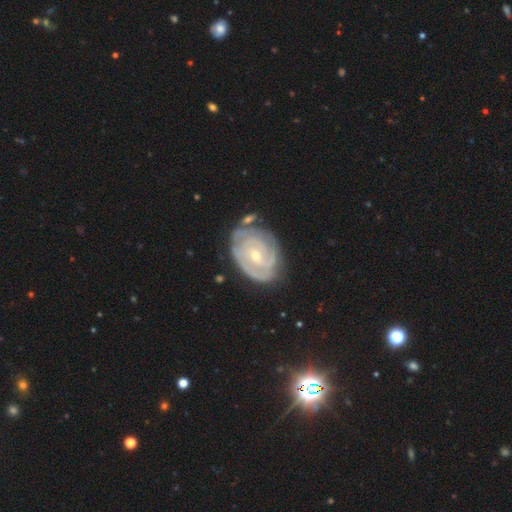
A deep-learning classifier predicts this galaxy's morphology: Smooth or featured? featured or disk (84%)
Edge-on disk? no (97%)
Bar? no (51%)
Spiral arms? yes (93%)
Spiral winding? tight (76%)
Spiral arm count? can't tell (35%)
Bulge size? small (58%)
Merging? none (64%)